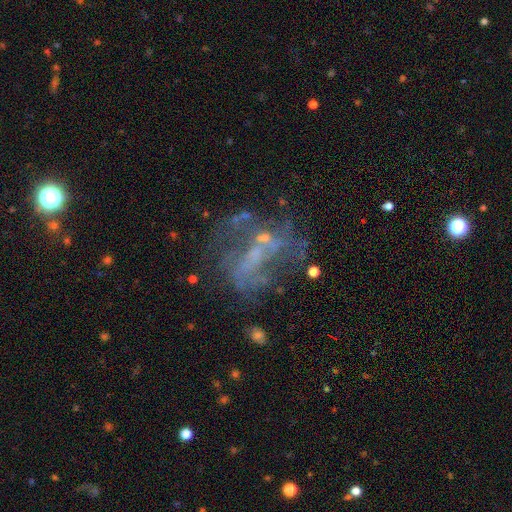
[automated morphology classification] featured or disk 63%, star or artifact 22%, smooth 14%. Down the decision tree: edge-on disk — no (96%); bar — no (58%); spiral arms — no (64%); bulge size — none (51%); merging — none (43%).